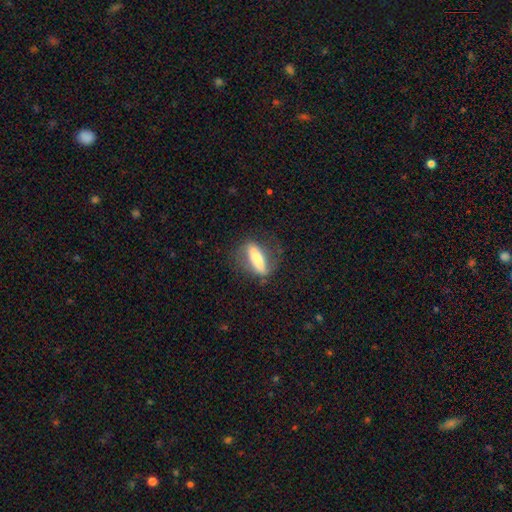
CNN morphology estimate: type=smooth (50%); merging=none (66%).